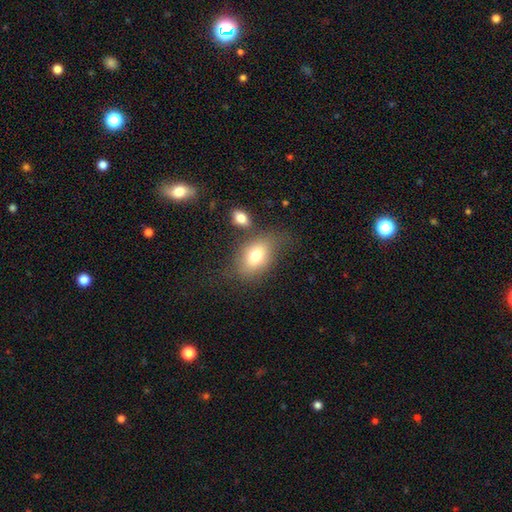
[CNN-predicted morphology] smooth-or-featured: smooth: 72% | featured or disk: 18% | star or artifact: 10%
  how-rounded: in between: 82% | round: 16% | cigar-shaped: 2%
  merging: none: 55% | minor disturbance: 19% | merger: 15% | major disturbance: 11%